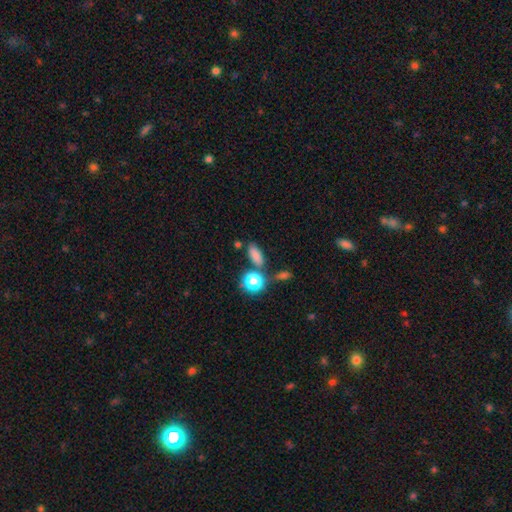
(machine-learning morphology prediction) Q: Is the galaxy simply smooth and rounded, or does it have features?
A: smooth — 79%.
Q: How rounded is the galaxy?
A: in between — 69%.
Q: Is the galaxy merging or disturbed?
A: none — 69%.